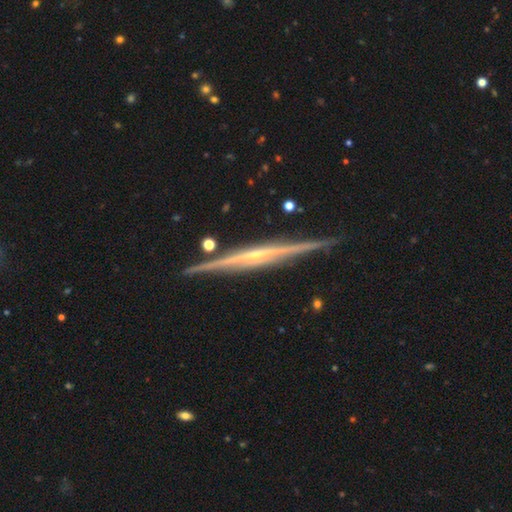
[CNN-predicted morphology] featured or disk 87%, smooth 8%, star or artifact 5%. Down the decision tree: edge-on disk — yes (98%); edge-on bulge — rounded (55%); merging — none (88%).